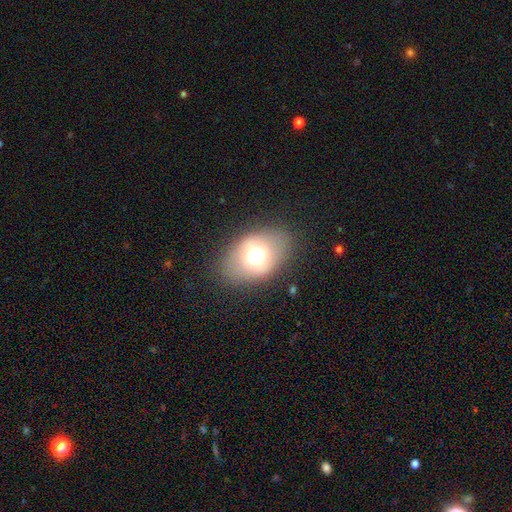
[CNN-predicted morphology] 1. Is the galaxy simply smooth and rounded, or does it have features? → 68% smooth, 20% featured or disk, 12% star or artifact.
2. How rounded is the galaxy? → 78% in between, 21% round, 1% cigar-shaped.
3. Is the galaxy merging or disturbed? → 81% none, 12% minor disturbance, 6% major disturbance, 1% merger.